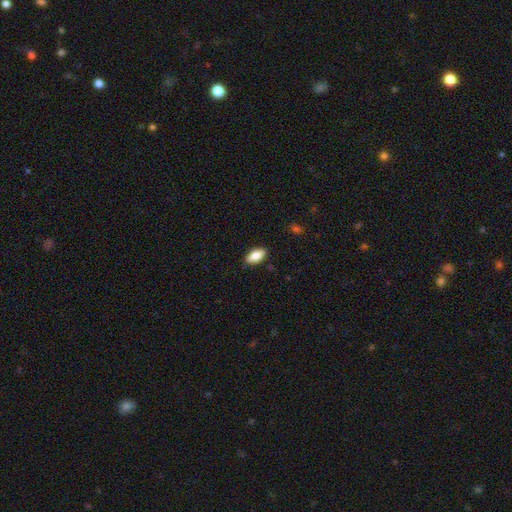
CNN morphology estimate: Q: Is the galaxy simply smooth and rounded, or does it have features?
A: smooth — 82%.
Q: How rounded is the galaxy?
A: in between — 89%.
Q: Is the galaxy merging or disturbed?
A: none — 86%.